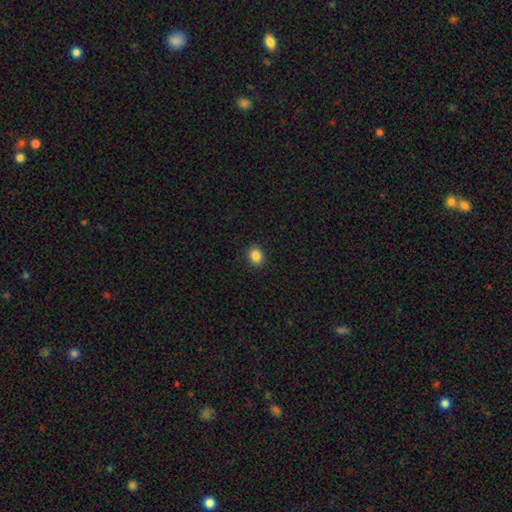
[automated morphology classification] type=smooth (86%); roundness=in between (54%); merging=none (91%).